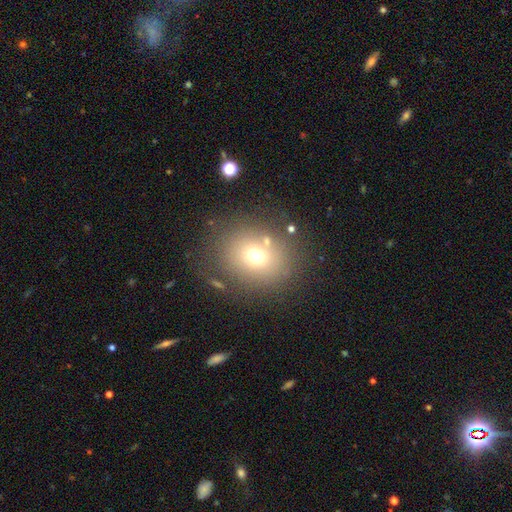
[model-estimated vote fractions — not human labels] Q: Smooth or featured?
A: smooth (68%); runner-up: star or artifact (18%)
Q: How rounded?
A: round (70%); runner-up: in between (29%)
Q: Merging?
A: none (77%); runner-up: minor disturbance (11%)